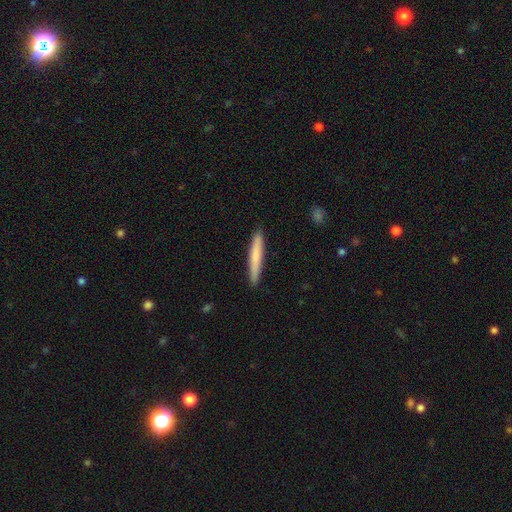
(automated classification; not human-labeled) A smooth galaxy with no disk features (74%) that is cigar-shaped (96%). Merging: none (91%).